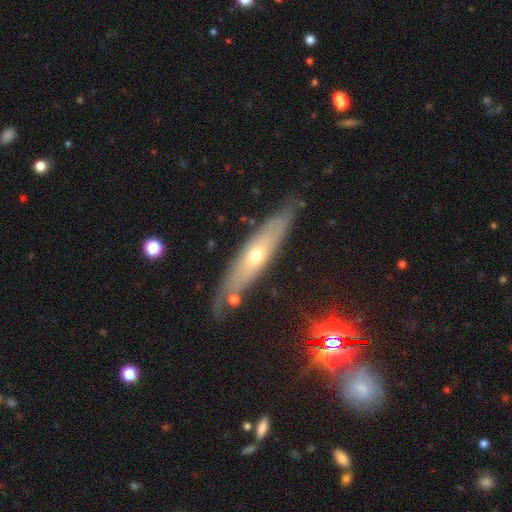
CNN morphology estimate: Q: Smooth or featured?
A: featured or disk (55%); runner-up: smooth (38%)
Q: Edge-on disk?
A: yes (59%); runner-up: no (41%)
Q: Merging?
A: none (77%); runner-up: minor disturbance (15%)